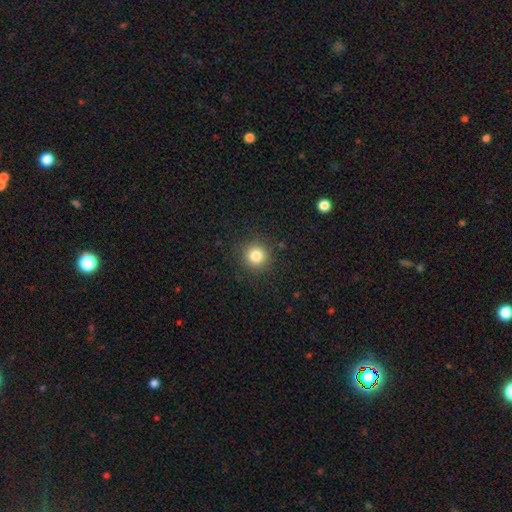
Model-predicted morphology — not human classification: Smooth or featured: smooth — 82% (star or artifact — 12%)
How rounded: round — 94% (in between — 5%)
Merging: none — 90% (minor disturbance — 6%)